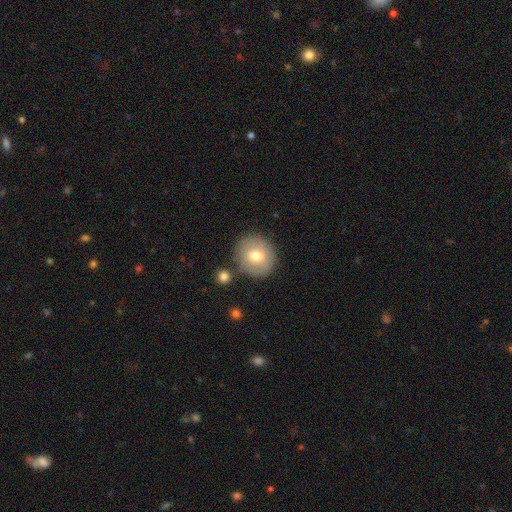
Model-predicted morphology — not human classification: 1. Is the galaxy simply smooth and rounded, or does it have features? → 69% smooth, 23% featured or disk, 8% star or artifact.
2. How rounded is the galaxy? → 85% round, 14% in between, 1% cigar-shaped.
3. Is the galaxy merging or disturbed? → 78% none, 11% minor disturbance, 7% merger, 3% major disturbance.